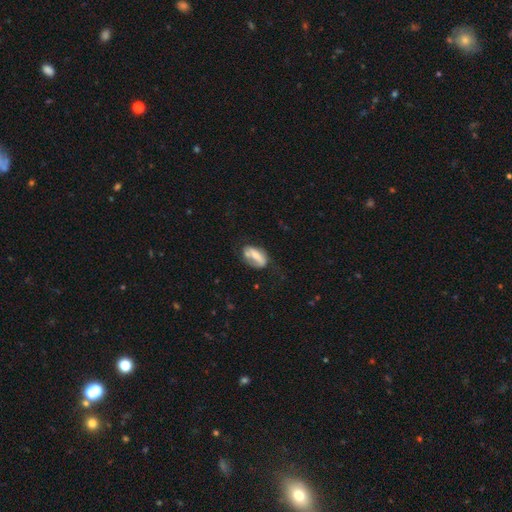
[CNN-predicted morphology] This appears to be a smooth galaxy with no disk features (54%) that is in between round and cigar-shaped (86%). Merging: none (47%).